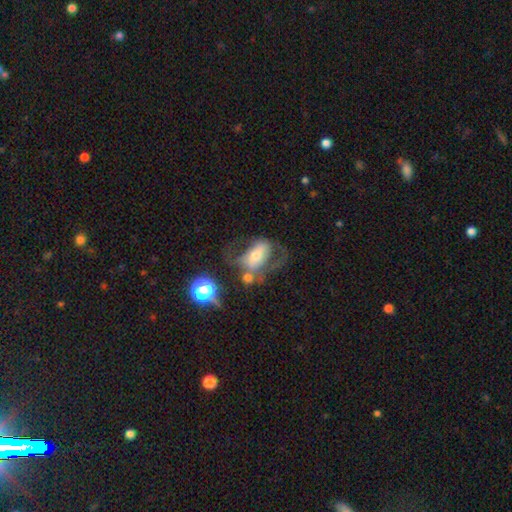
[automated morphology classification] smooth_or_featured: featured or disk (p=0.54) [alt: smooth p=0.35]
disk_edge_on: no (p=0.92) [alt: yes p=0.08]
merging: major disturbance (p=0.33) [alt: none p=0.29]